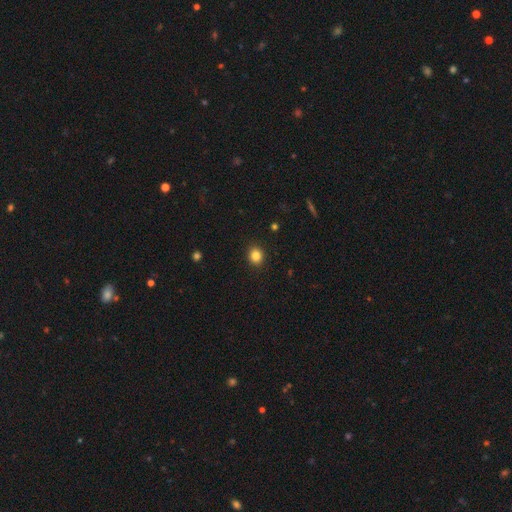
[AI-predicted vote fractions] This is clearly a smooth galaxy (84%). How rounded: likely round (78%). Merging: clearly none (91%).